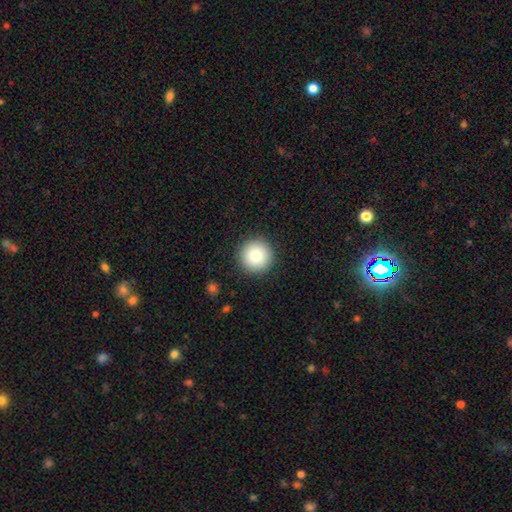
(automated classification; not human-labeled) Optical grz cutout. It shows a smooth galaxy with no disk features (82%) that is round (96%). Merging: none (92%).